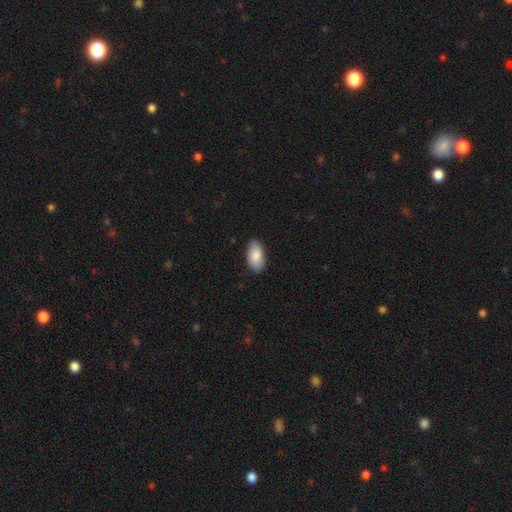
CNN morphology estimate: smooth 86%, featured or disk 9%, star or artifact 6%. Down the decision tree: how rounded — in between (95%); merging — none (82%).